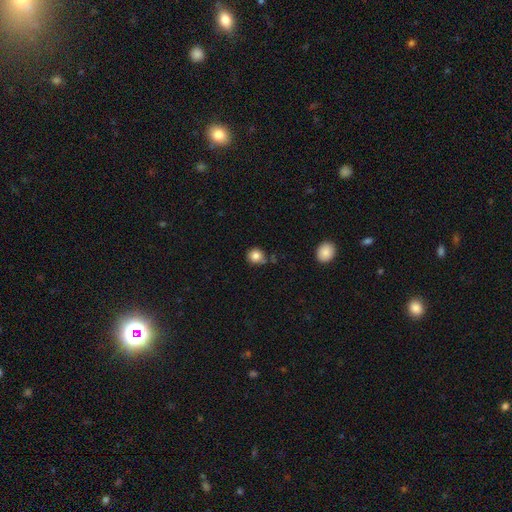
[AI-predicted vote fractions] smooth-or-featured: smooth: 84% | star or artifact: 10% | featured or disk: 6%
  how-rounded: round: 90% | in between: 9% | cigar-shaped: 1%
  merging: none: 74% | minor disturbance: 16% | merger: 7% | major disturbance: 3%